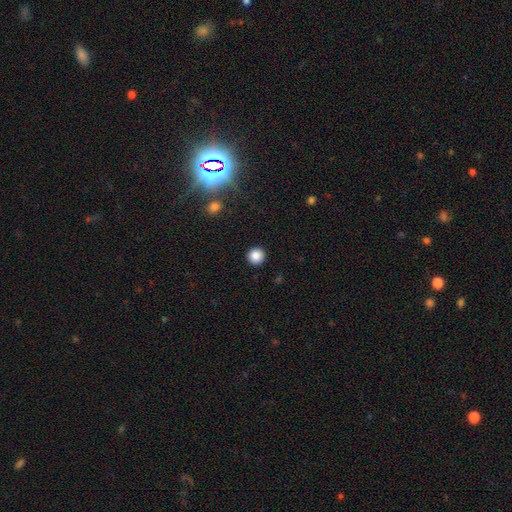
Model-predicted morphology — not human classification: type=smooth (86%); roundness=round (95%); merging=none (93%).